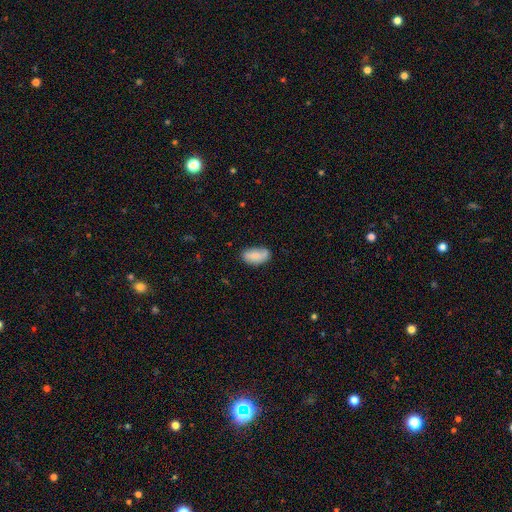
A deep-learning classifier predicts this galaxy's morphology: Smooth or featured? smooth (82%)
How rounded? in between (93%)
Merging? none (68%)